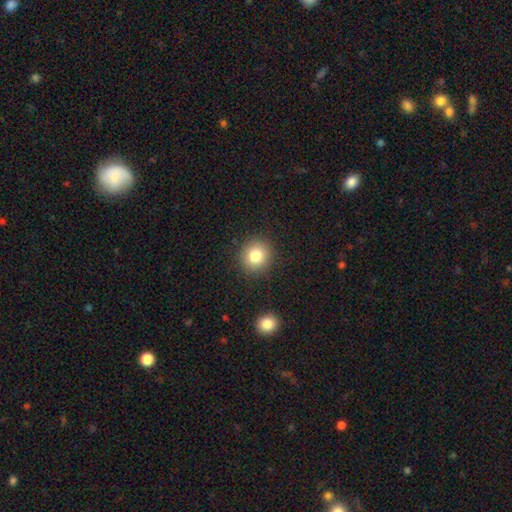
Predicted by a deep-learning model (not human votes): The model was most divided on "smooth or featured": smooth: 81%, star or artifact: 11%, featured or disk: 8%. More confident: how rounded — round (90%); merging — none (89%).